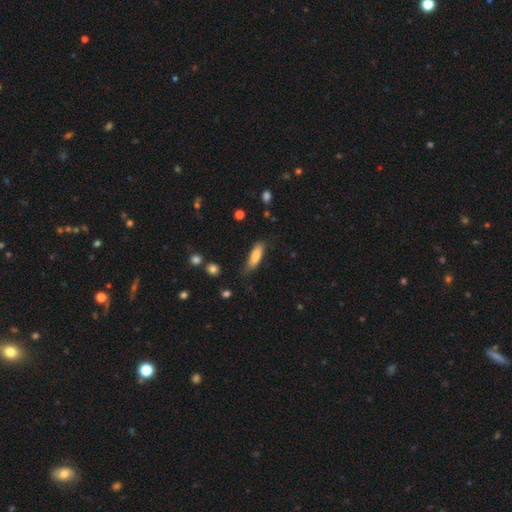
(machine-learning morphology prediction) Smooth or featured? smooth (77%)
How rounded? in between (51%)
Merging? none (70%)